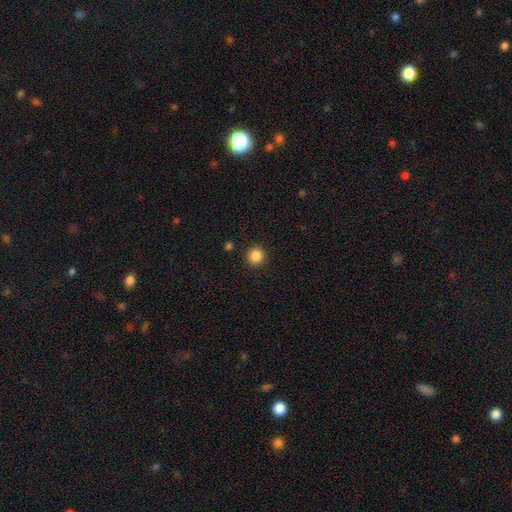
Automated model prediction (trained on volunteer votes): This appears to be a smooth galaxy with no disk features (86%) that is round (95%). Merging: none (92%).